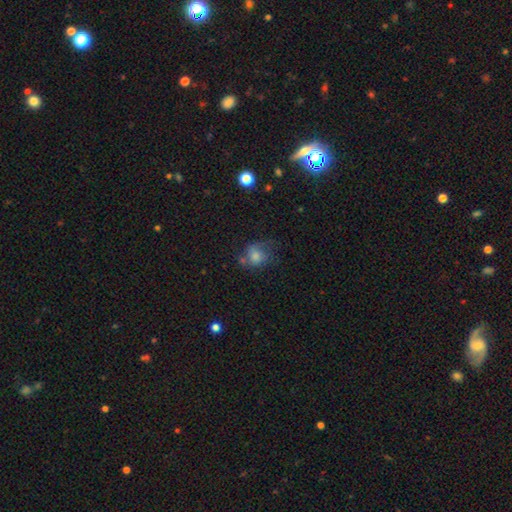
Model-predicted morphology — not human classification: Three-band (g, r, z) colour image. It shows a smooth galaxy with no disk features (63%) that is round (63%). Merging: none (38%).